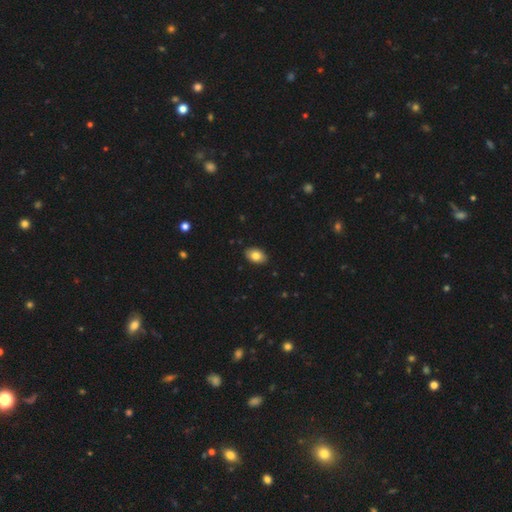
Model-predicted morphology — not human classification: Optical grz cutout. It shows a smooth galaxy with no disk features (83%) that is in between round and cigar-shaped (90%). Merging: none (89%).